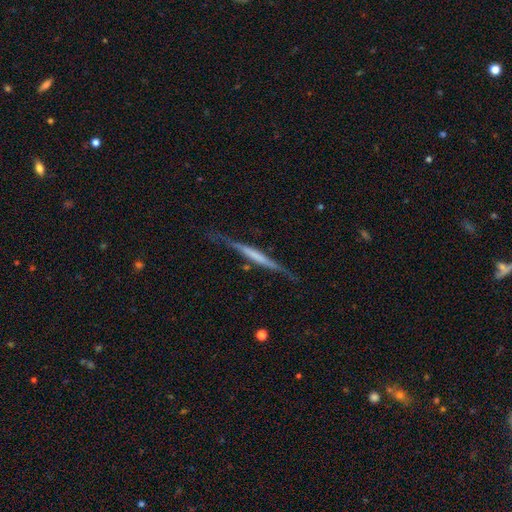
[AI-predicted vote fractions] A featured or disk galaxy (65%) viewed edge-on (94%) with no central bulge (60%).

Vote fractions:
- Smooth or featured? featured or disk: 65% / smooth: 30% / star or artifact: 6%
- Edge-on disk? yes: 94% / no: 6%
- Edge-on bulge? none: 60% / boxy: 25% / rounded: 15%
- Merging? none: 73% / minor disturbance: 18% / major disturbance: 6% / merger: 3%